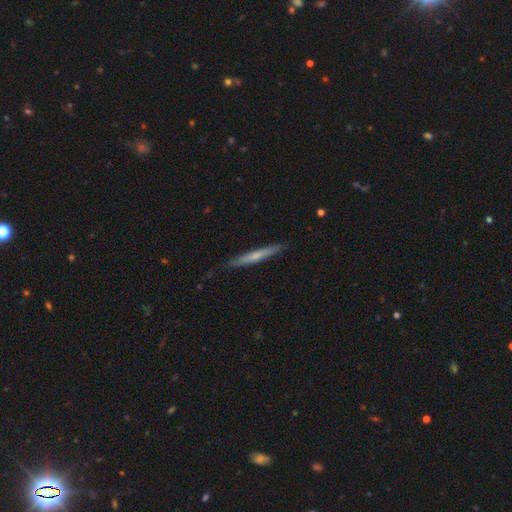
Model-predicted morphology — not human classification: type=smooth (49%); merging=none (88%).